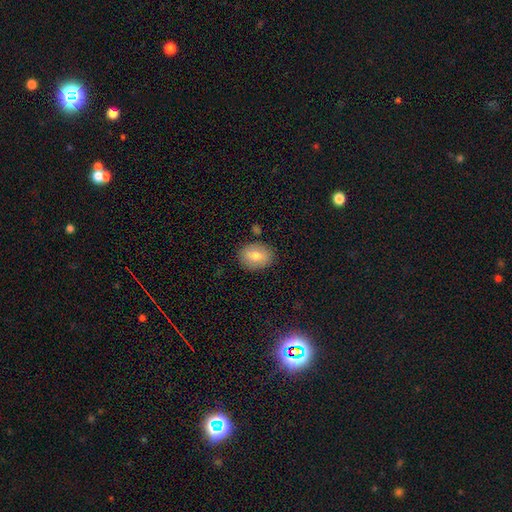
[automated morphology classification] type=smooth (74%); roundness=in between (62%); merging=none (85%).